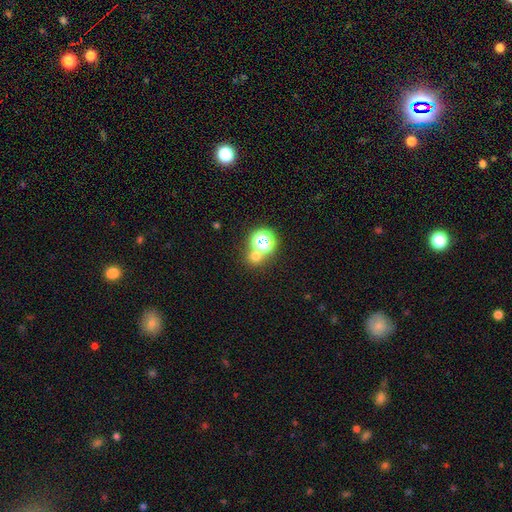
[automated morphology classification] smooth 59%, star or artifact 34%, featured or disk 8%. Down the decision tree: how rounded — round (86%); merging — none (62%).